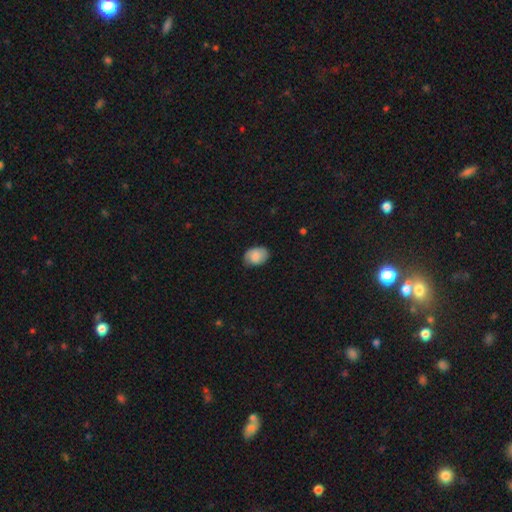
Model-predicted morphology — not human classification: The model was most divided on "how rounded": in between: 73%, round: 26%, cigar-shaped: 1%. More confident: smooth or featured — smooth (78%); merging — none (72%).